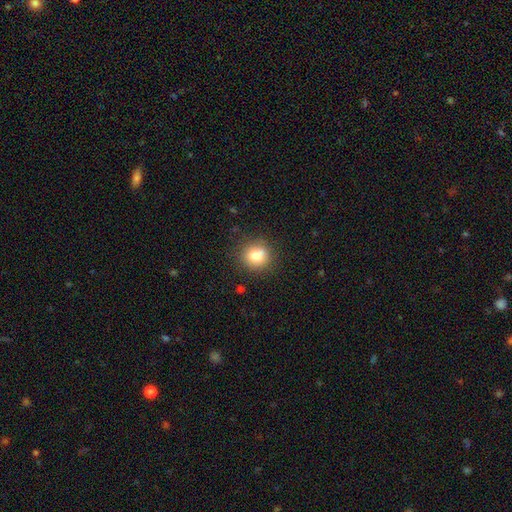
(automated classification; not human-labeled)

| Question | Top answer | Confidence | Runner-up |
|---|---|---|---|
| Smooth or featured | smooth | 78% | star or artifact (12%) |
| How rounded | round | 87% | in between (12%) |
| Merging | none | 78% | minor disturbance (12%) |